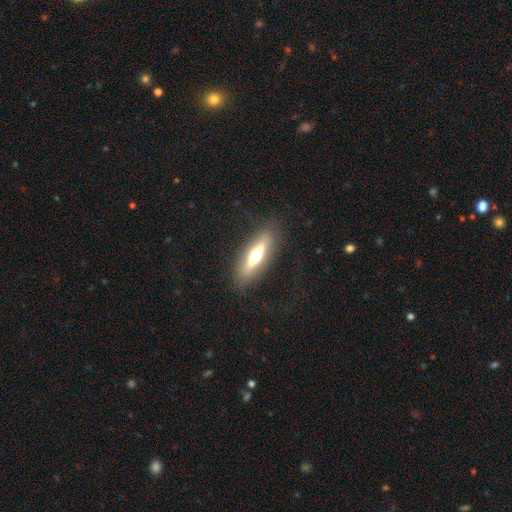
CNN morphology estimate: This is possibly a featured or disk galaxy (50%). It is likely viewed edge-on (75%). Merging: clearly none (84%).